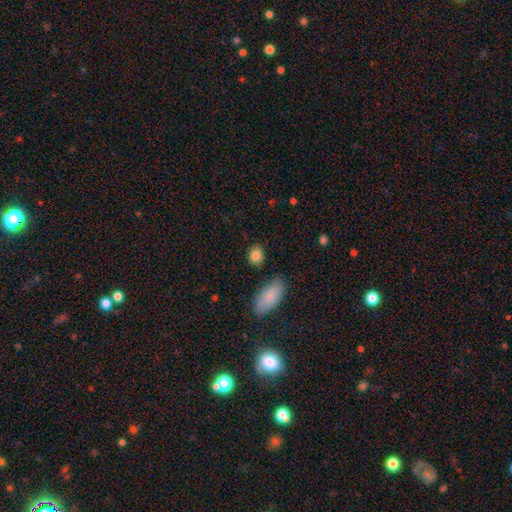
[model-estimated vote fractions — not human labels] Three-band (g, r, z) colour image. It shows a smooth galaxy with no disk features (86%) that is in between round and cigar-shaped (51%). Merging: none (81%).